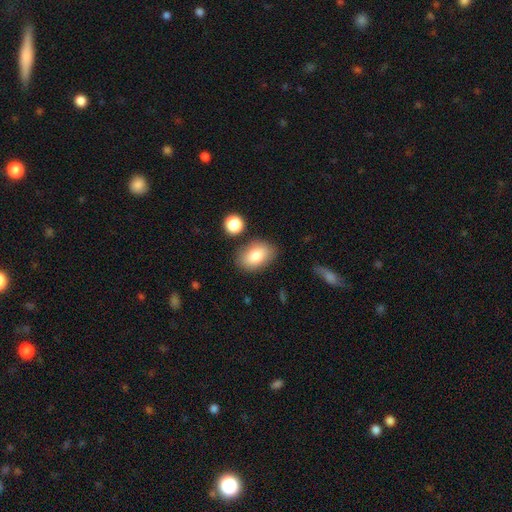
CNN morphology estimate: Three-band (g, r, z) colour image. It shows a smooth galaxy with no disk features (82%) that is in between round and cigar-shaped (86%). Merging: none (79%).